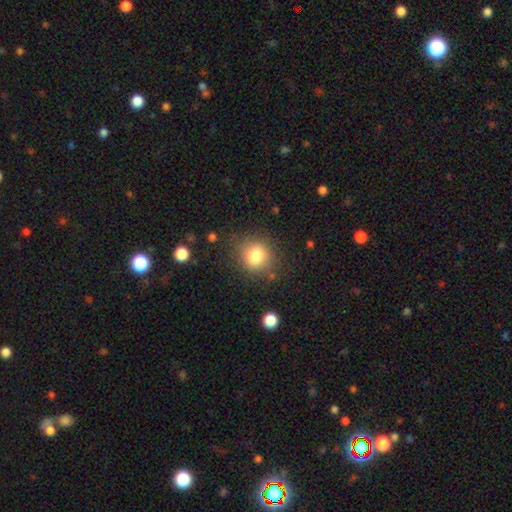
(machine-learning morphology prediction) type=smooth (81%); roundness=round (80%); merging=none (77%).